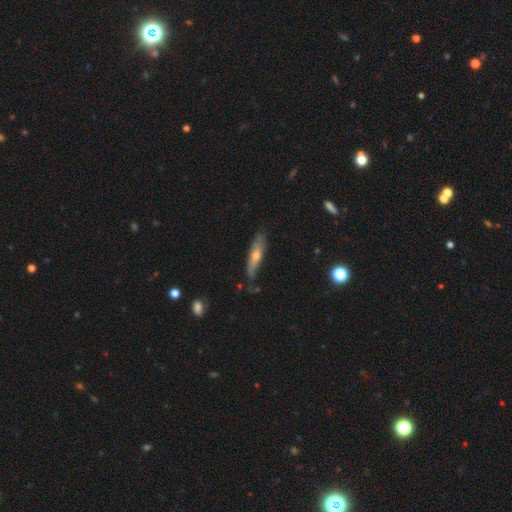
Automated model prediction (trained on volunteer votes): Morphology: type=smooth (49%); merging=none (66%).